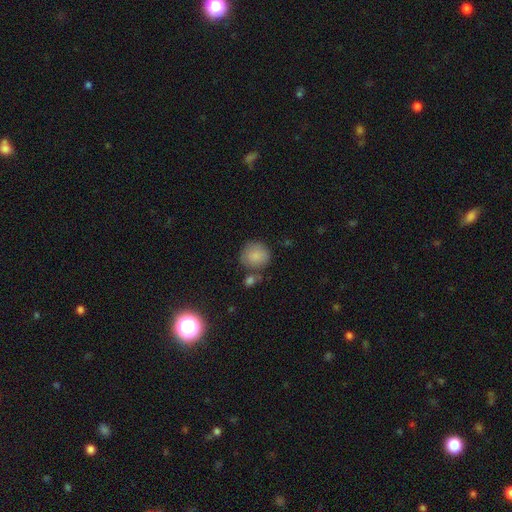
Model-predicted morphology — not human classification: Overall: smooth (85%). How rounded: round (84%). Merging: none (64%).